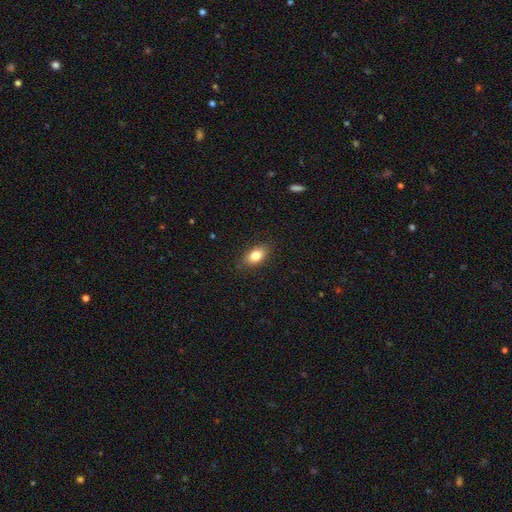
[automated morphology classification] Smooth or featured? smooth (81%)
How rounded? in between (86%)
Merging? none (85%)